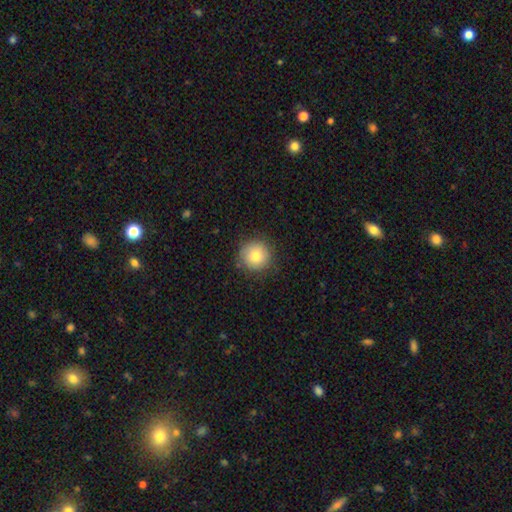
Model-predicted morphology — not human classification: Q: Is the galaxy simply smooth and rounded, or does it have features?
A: smooth — 79%.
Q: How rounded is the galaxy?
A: round — 95%.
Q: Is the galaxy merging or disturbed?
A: none — 85%.